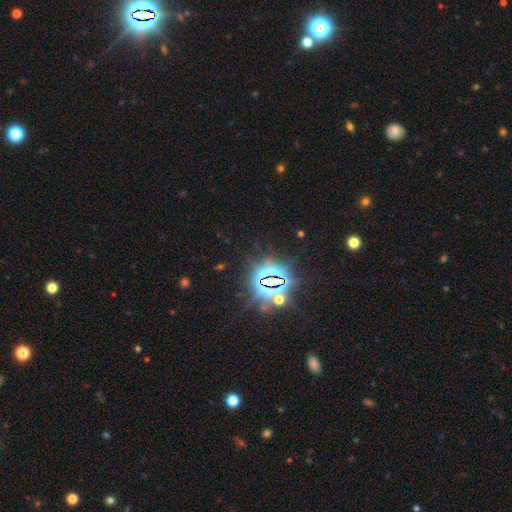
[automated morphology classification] Smooth or featured: star or artifact — 83% (smooth — 10%)